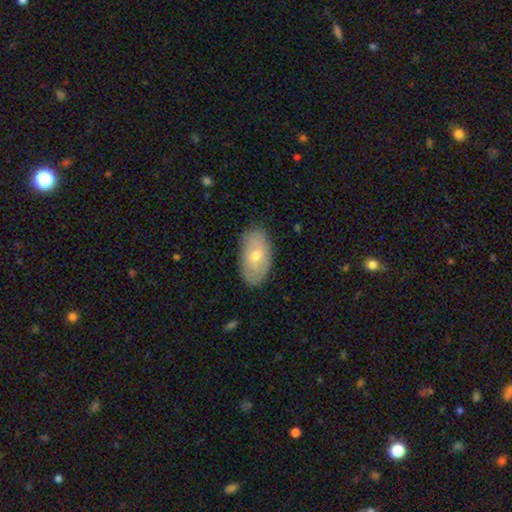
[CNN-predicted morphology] This is possibly a smooth galaxy (60%). How rounded: clearly in between (93%). Merging: clearly none (83%).